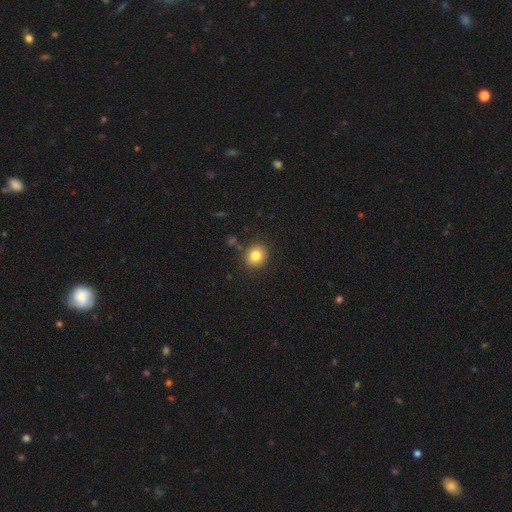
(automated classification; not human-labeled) smooth 82%, star or artifact 11%, featured or disk 7%. Down the decision tree: how rounded — round (75%); merging — none (88%).